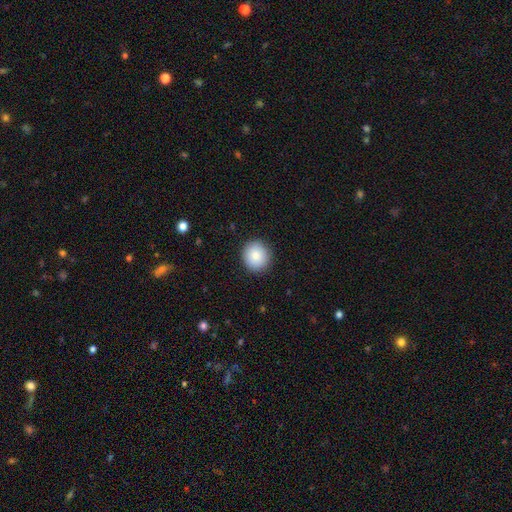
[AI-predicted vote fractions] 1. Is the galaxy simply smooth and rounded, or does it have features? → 85% smooth, 8% star or artifact, 7% featured or disk.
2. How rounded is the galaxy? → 89% round, 10% in between, 1% cigar-shaped.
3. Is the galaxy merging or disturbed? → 91% none, 6% minor disturbance, 2% major disturbance, 1% merger.